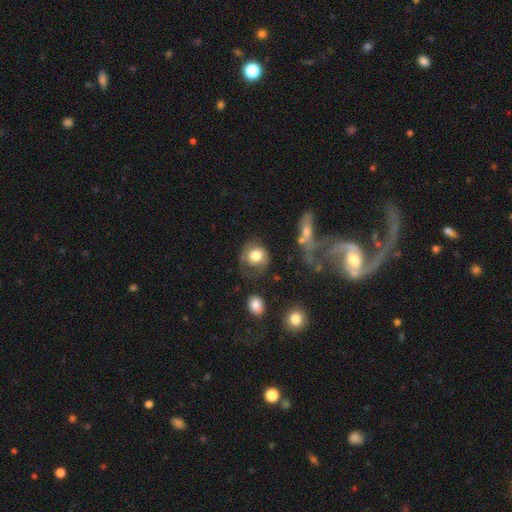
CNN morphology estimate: This is likely a smooth galaxy (71%). How rounded: likely round (78%). Merging: possibly none (53%).